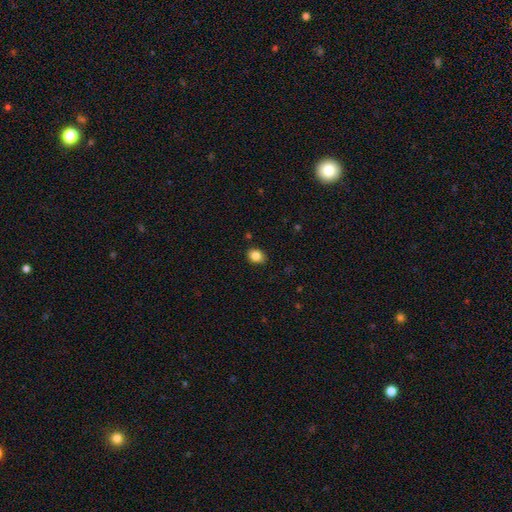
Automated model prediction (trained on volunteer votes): smooth-or-featured: smooth: 85% | star or artifact: 10% | featured or disk: 6%
  how-rounded: in between: 52% | round: 47% | cigar-shaped: 1%
  merging: none: 88% | minor disturbance: 8% | major disturbance: 2% | merger: 1%